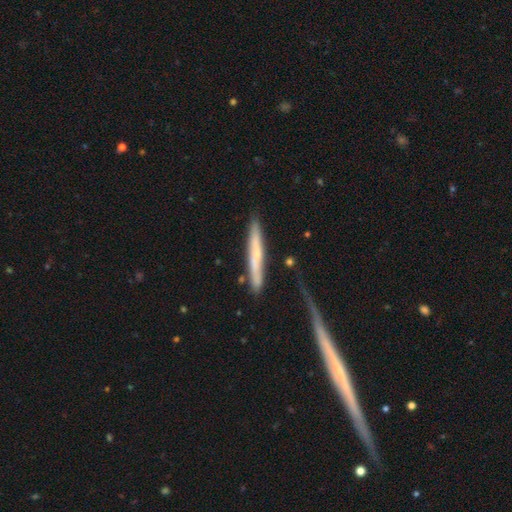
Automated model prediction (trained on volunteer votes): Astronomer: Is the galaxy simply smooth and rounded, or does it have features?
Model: smooth — 49% (runner-up: featured or disk, 44%).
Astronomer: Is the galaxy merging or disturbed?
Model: none — 68%.